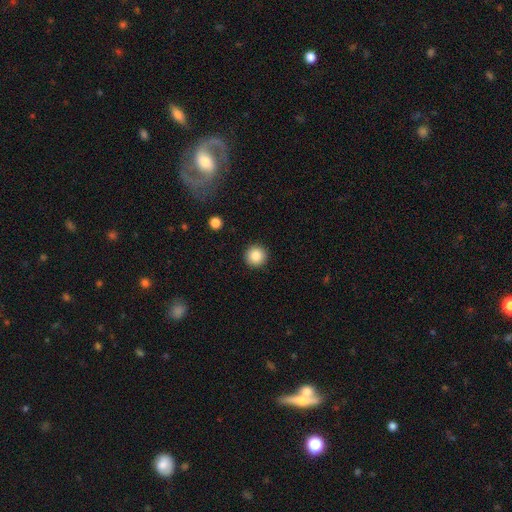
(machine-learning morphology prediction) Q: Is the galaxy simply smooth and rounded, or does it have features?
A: smooth — 87%.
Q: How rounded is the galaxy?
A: round — 96%.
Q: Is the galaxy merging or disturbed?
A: none — 92%.